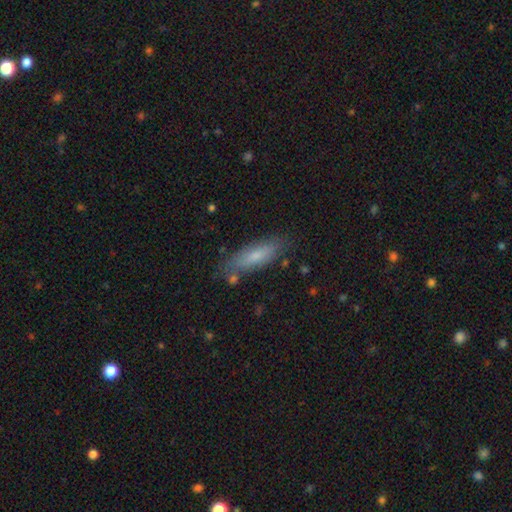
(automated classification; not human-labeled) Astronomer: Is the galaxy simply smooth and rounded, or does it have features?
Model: smooth — 72%.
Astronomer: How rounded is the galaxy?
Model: cigar-shaped — 54% (runner-up: in between, 44%).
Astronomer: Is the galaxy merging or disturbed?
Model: none — 78%.